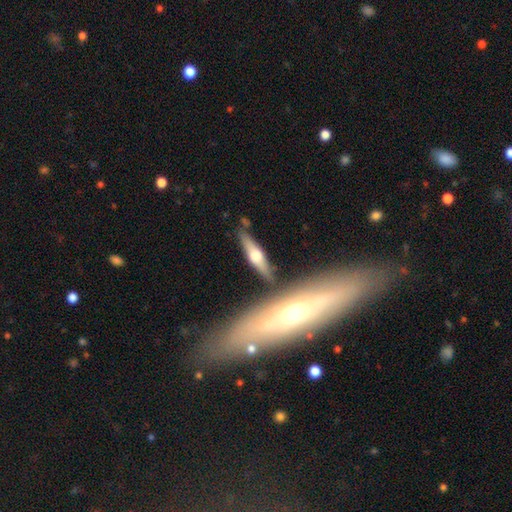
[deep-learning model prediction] Overall: featured or disk (57%; smooth 36%). Edge-on disk: yes (92%). Edge-on bulge: rounded (93%). Merging: none (77%).